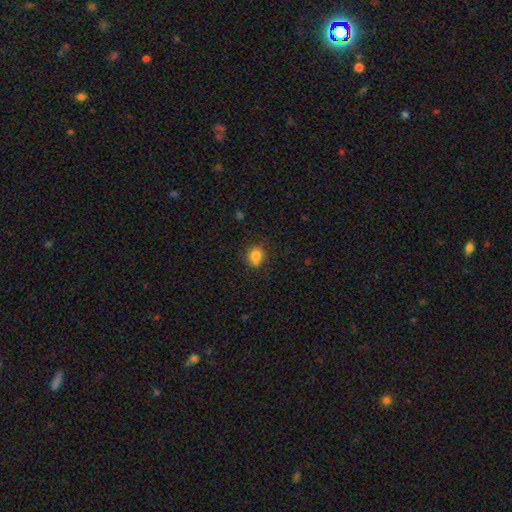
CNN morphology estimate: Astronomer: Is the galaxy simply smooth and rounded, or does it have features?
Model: smooth — 80%.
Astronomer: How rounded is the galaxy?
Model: round — 78%.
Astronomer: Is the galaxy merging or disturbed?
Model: none — 65%.